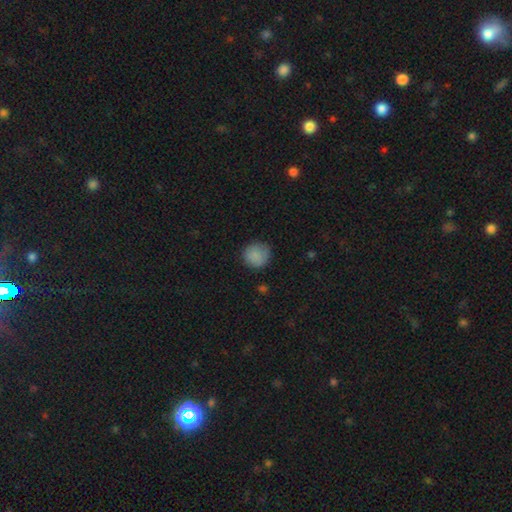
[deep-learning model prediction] Smooth or featured? smooth (86%)
How rounded? round (93%)
Merging? none (84%)